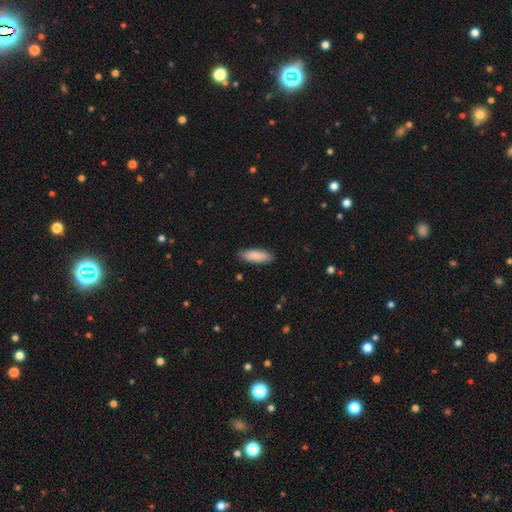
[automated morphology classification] The model was most divided on "how rounded": in between: 58%, cigar-shaped: 41%, round: 2%. More confident: smooth or featured — smooth (89%); merging — none (88%).